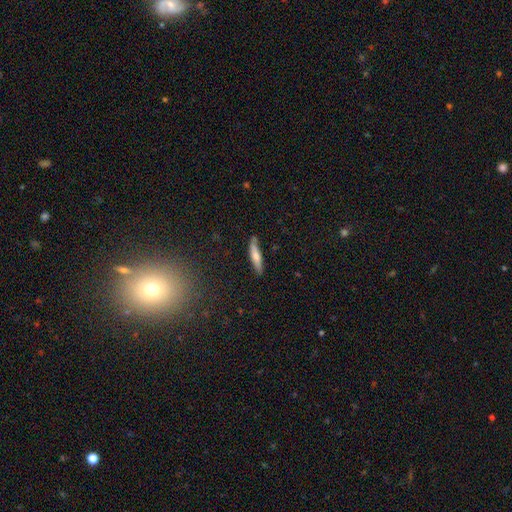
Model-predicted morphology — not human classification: Smooth or featured?
  - smooth: 62% *
  - featured or disk: 32%
  - star or artifact: 6%
How rounded?
  - cigar-shaped: 84% *
  - in between: 15%
  - round: 2%
Merging?
  - none: 82% *
  - minor disturbance: 13%
  - merger: 2%
  - major disturbance: 2%